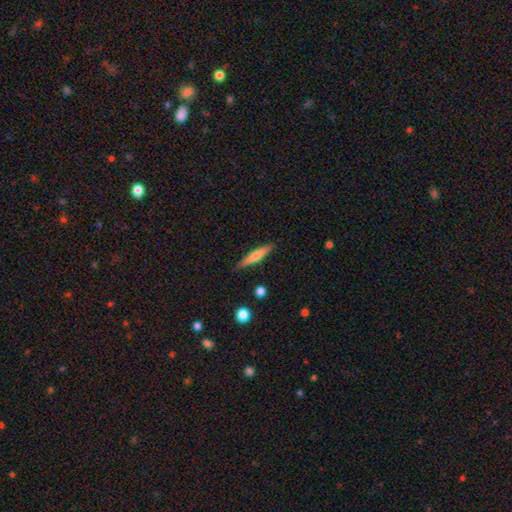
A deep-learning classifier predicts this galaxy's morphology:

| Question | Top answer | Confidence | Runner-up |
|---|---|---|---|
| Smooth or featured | smooth | 55% | featured or disk (38%) |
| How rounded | cigar-shaped | 90% | in between (8%) |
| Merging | none | 86% | minor disturbance (10%) |